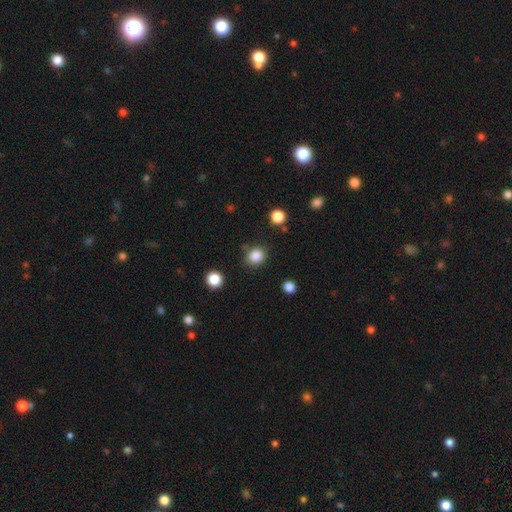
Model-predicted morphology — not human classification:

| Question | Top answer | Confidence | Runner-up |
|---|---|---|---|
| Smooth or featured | smooth | 85% | star or artifact (11%) |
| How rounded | round | 72% | in between (27%) |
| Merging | none | 80% | minor disturbance (12%) |